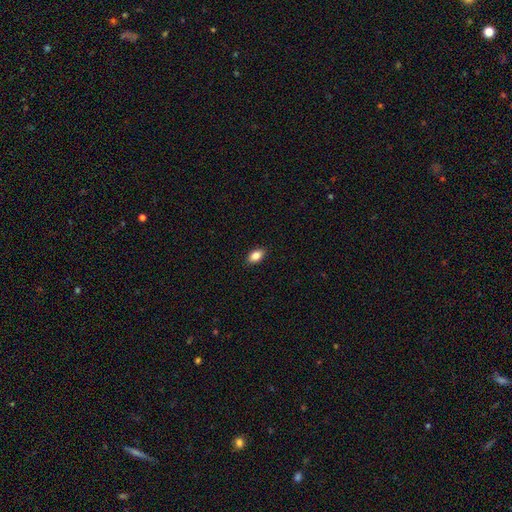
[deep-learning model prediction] Overall: smooth (85%). How rounded: in between (89%). Merging: none (89%).